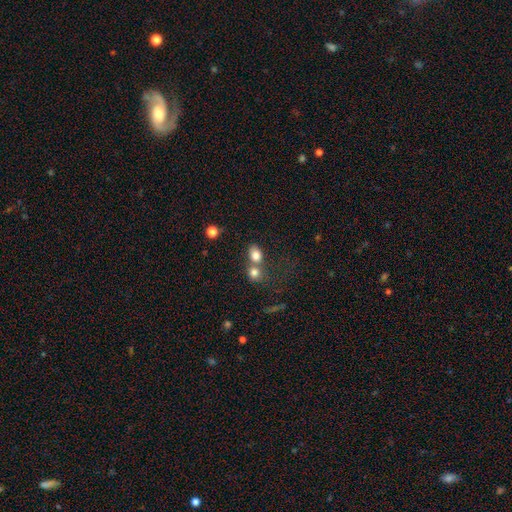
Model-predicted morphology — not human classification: smooth_or_featured: smooth (p=0.80) [alt: star or artifact p=0.11]
how_rounded: in between (p=0.58) [alt: round p=0.41]
merging: merger (p=0.48) [alt: none p=0.38]